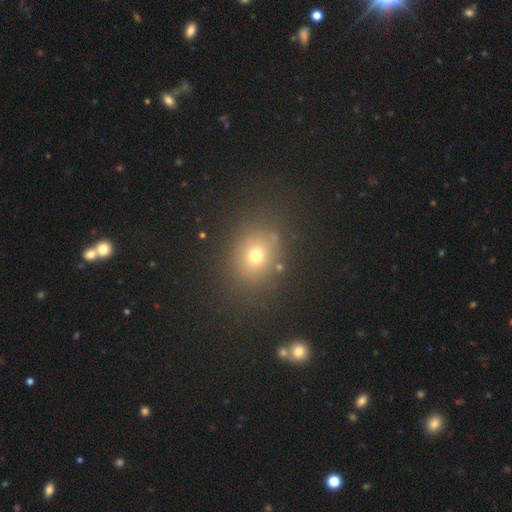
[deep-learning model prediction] Morphology: type=smooth (68%); roundness=round (56%); merging=none (82%).